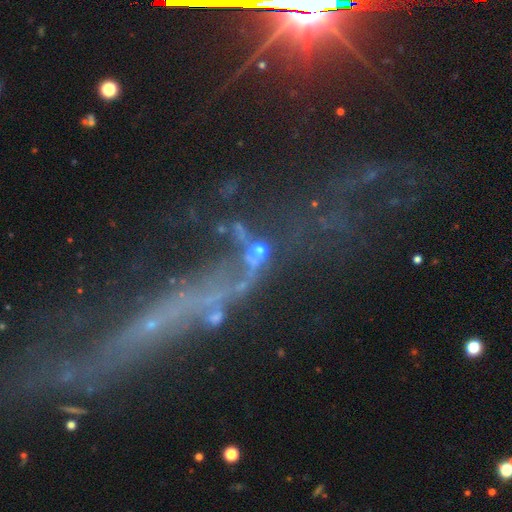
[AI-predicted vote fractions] The model was most divided on "merging": major disturbance: 34%, merger: 33%, none: 22%, minor disturbance: 11%. Remaining: smooth or featured — featured or disk (36%).